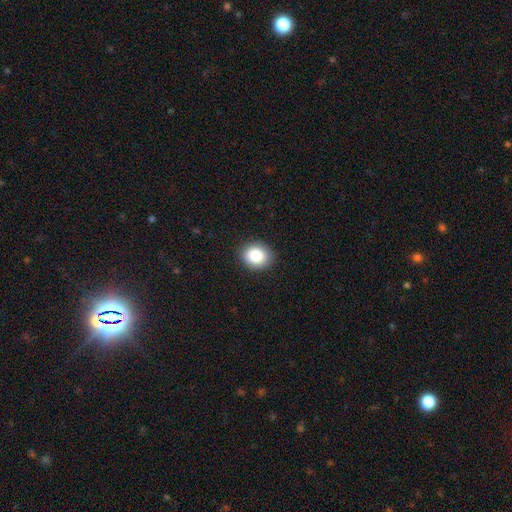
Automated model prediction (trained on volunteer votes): smooth 87%, star or artifact 8%, featured or disk 5%. Down the decision tree: how rounded — round (62%); merging — none (89%).